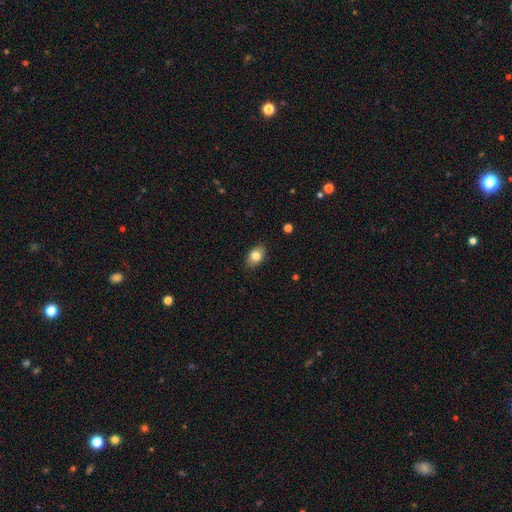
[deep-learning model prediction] Overall: smooth (81%). How rounded: in between (84%). Merging: none (86%).